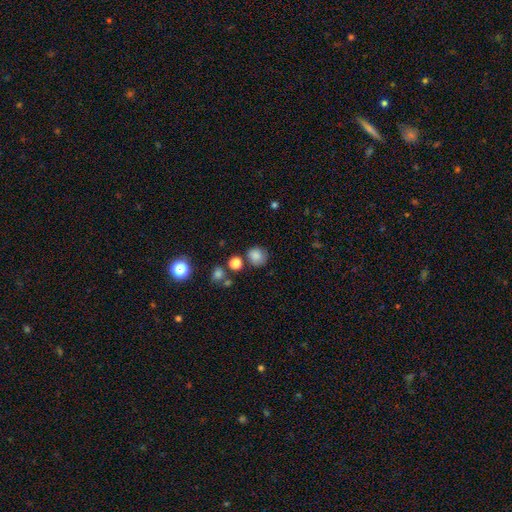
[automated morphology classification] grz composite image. It shows a smooth galaxy with no disk features (81%) that is round (87%). Merging: none (72%).